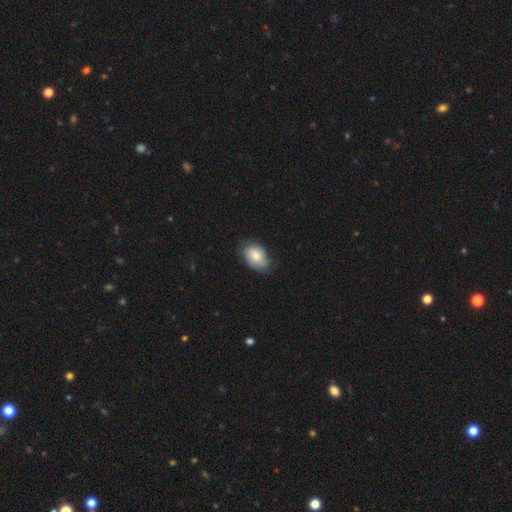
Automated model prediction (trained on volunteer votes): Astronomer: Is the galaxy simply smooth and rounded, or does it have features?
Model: smooth — 70%.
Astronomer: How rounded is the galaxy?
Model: in between — 84%.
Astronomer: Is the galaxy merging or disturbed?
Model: none — 66%.